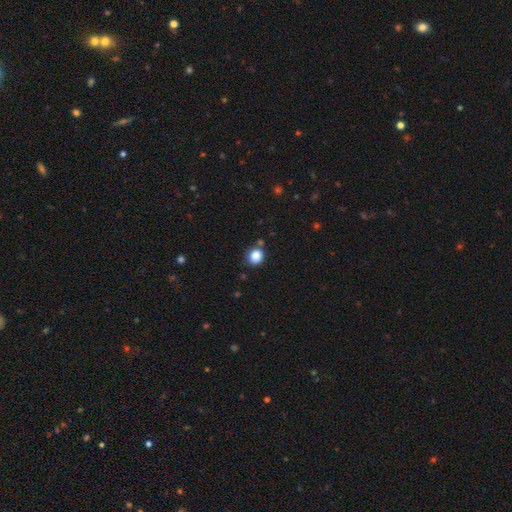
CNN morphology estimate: smooth 86%, star or artifact 10%, featured or disk 4%. Down the decision tree: how rounded — round (76%); merging — none (74%).